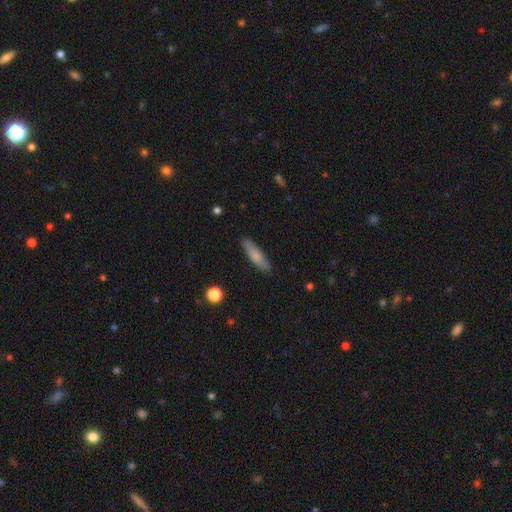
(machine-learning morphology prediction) A smooth galaxy with no disk features (69%) that is cigar-shaped (76%). Merging: none (87%).